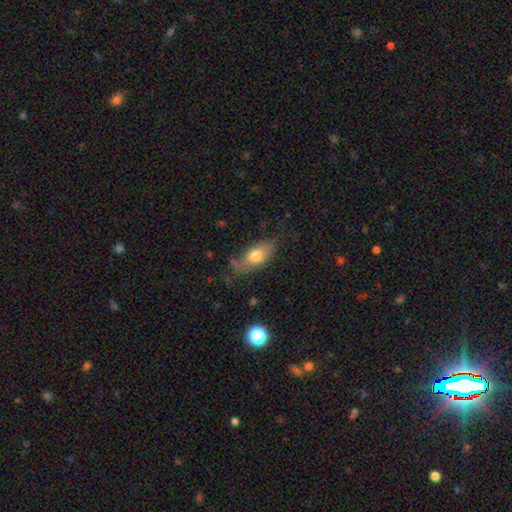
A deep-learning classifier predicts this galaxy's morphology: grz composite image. It shows a smooth galaxy with no disk features (71%) that is in between round and cigar-shaped (88%). Merging: none (57%).